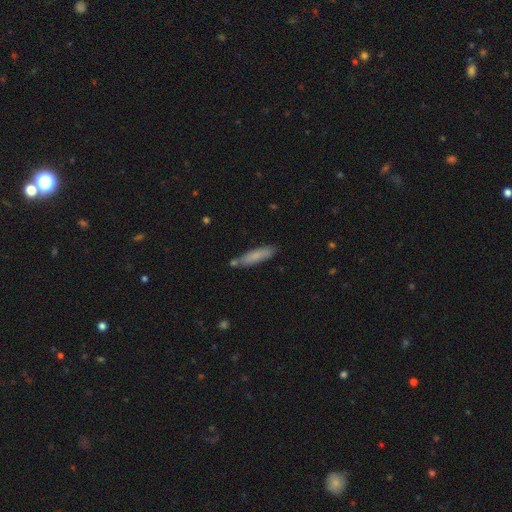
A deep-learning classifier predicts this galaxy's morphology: This is likely a smooth galaxy (76%). How rounded: likely cigar-shaped (76%). Merging: likely none (73%).